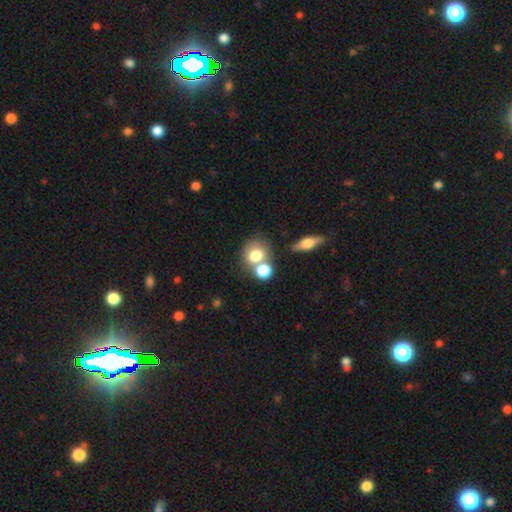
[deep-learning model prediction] Smooth or featured? Predicted: smooth (p=0.74). How rounded? Predicted: round (p=0.69). Merging? Predicted: none (p=0.43).